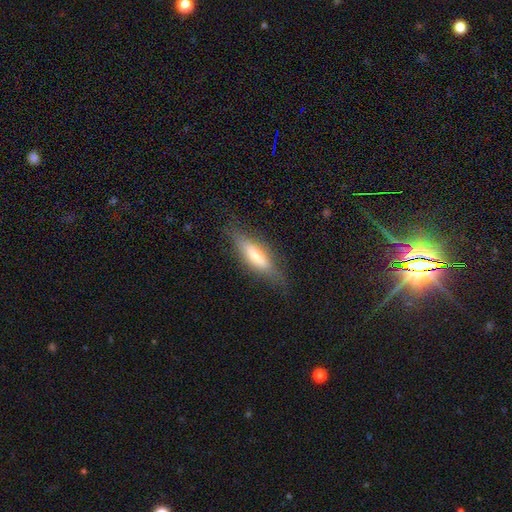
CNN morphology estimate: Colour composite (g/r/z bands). It shows a smooth galaxy with no disk features (53%) that is cigar-shaped (64%). Merging: none (78%).